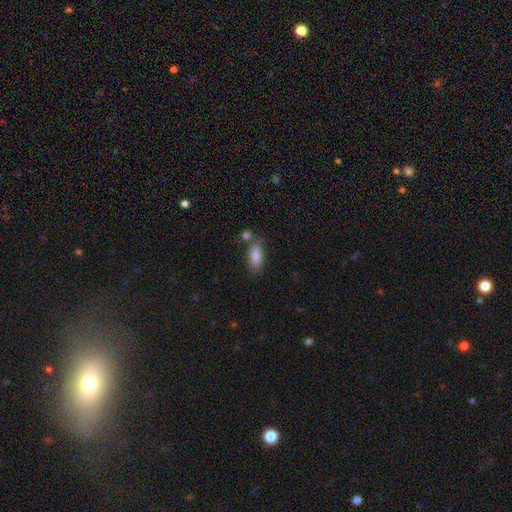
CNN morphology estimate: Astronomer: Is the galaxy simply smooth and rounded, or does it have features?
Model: smooth — 86%.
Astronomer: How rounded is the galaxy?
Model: in between — 86%.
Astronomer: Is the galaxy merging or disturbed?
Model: none — 65%.